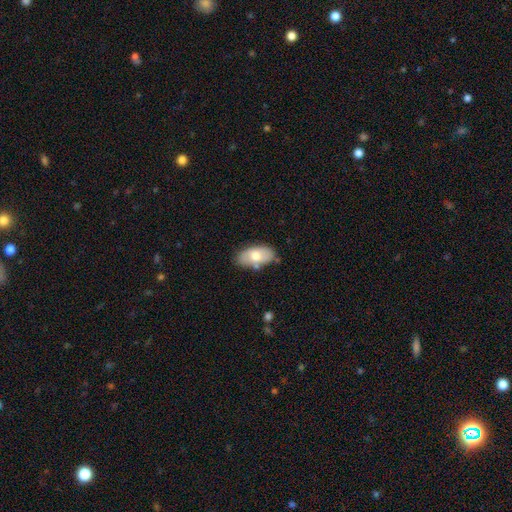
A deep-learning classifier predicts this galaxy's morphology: The model was most divided on "smooth or featured": smooth: 66%, featured or disk: 28%, star or artifact: 6%. More confident: how rounded — in between (94%); merging — none (75%).